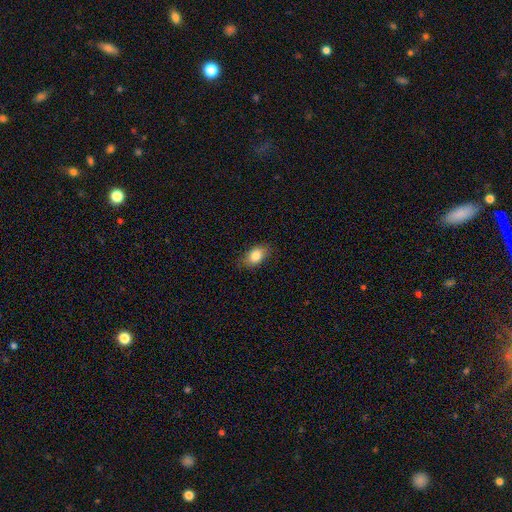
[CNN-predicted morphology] This appears to be a smooth galaxy with no disk features (83%) that is in between round and cigar-shaped (86%). Merging: none (80%).